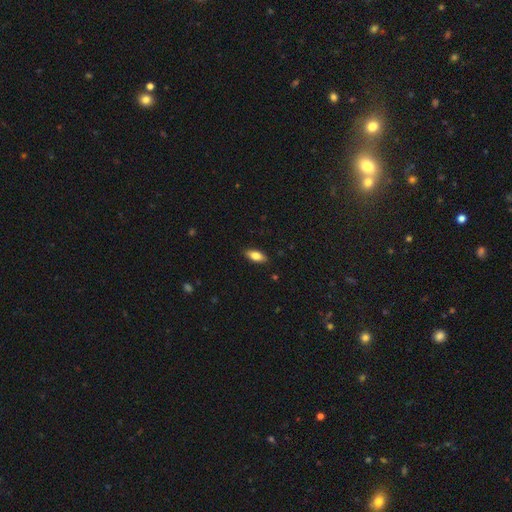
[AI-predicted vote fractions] Smooth or featured? smooth (79%)
How rounded? in between (84%)
Merging? none (87%)